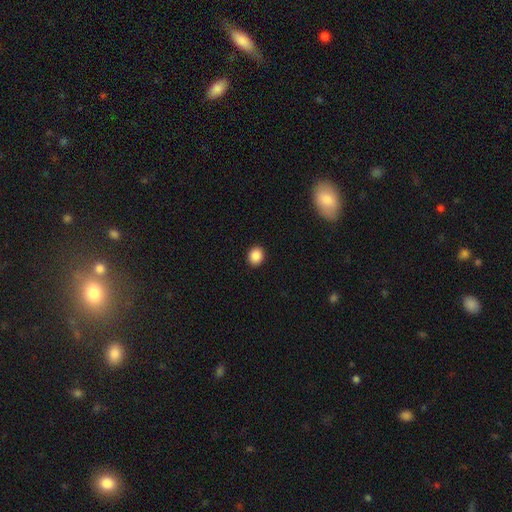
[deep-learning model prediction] smooth 88%, star or artifact 9%, featured or disk 3%. Down the decision tree: how rounded — round (67%); merging — none (92%).